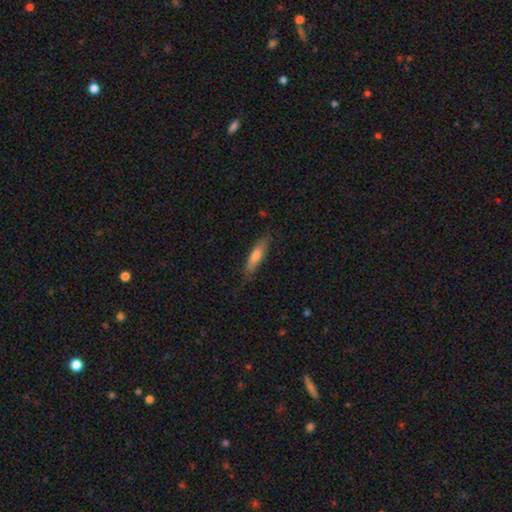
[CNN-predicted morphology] smooth-or-featured: smooth: 67% | featured or disk: 27% | star or artifact: 6%
  how-rounded: cigar-shaped: 72% | in between: 26% | round: 2%
  merging: none: 78% | minor disturbance: 17% | major disturbance: 3% | merger: 1%